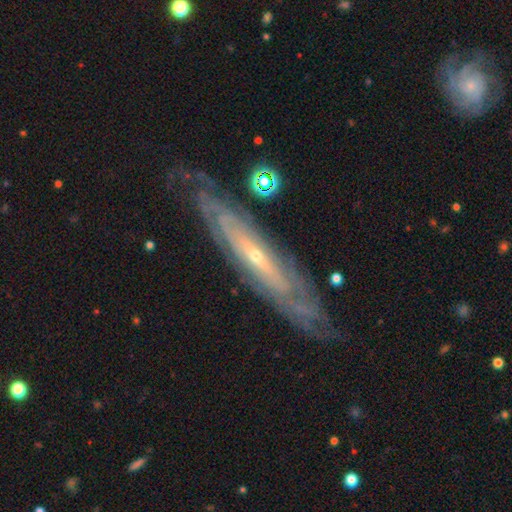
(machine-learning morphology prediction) smooth-or-featured: featured or disk: 84% | smooth: 10% | star or artifact: 6%
  disk-edge-on: no: 62% | yes: 38%
    bar: no: 61% | weak: 25% | strong: 13%
    has-spiral-arms: yes: 90% | no: 10%
    bulge-size: small: 80% | moderate: 16% | none: 1% | large: 1% | dominant: 1%
  merging: none: 75% | minor disturbance: 17% | major disturbance: 6% | merger: 2%